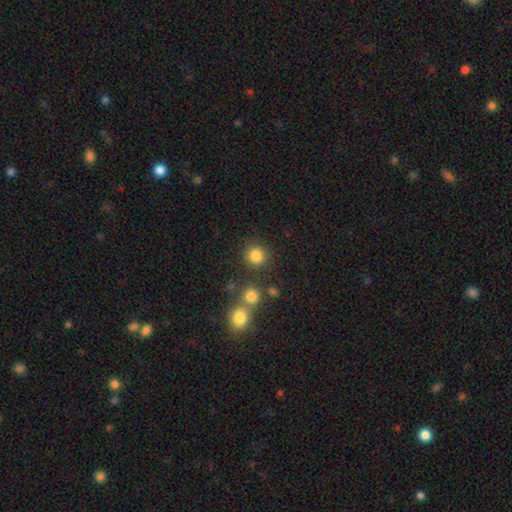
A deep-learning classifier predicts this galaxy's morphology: smooth 83%, star or artifact 12%, featured or disk 5%. Down the decision tree: how rounded — round (91%); merging — none (81%).